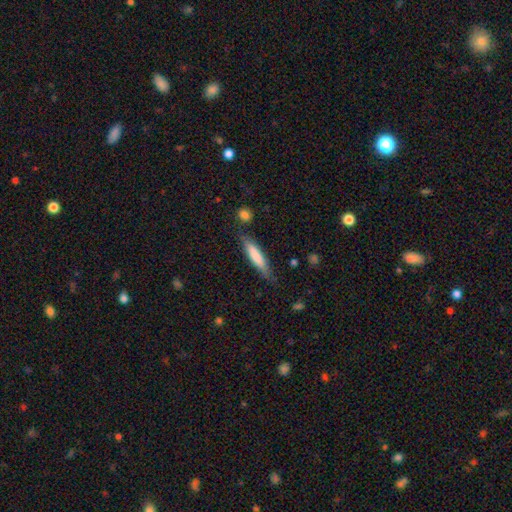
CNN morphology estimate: A smooth galaxy with no disk features (73%) that is cigar-shaped (83%). Merging: none (78%).